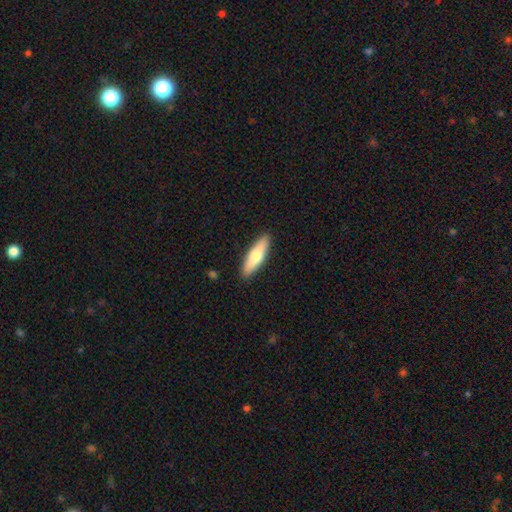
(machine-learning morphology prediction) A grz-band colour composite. It shows a smooth galaxy with no disk features (65%) that is cigar-shaped (64%). Merging: none (89%).